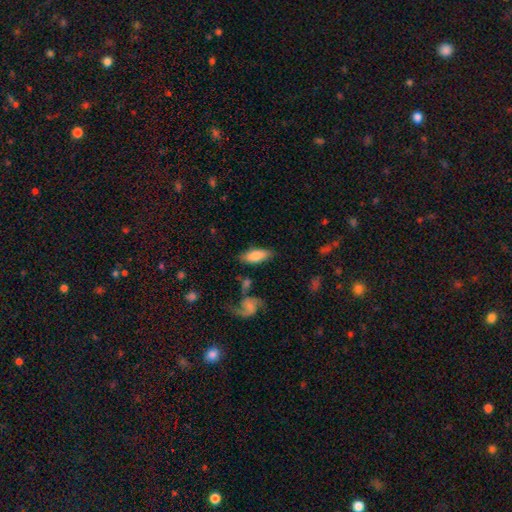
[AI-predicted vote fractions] Smooth or featured?
  - smooth: 77% *
  - featured or disk: 17%
  - star or artifact: 6%
How rounded?
  - in between: 80% *
  - cigar-shaped: 17%
  - round: 2%
Merging?
  - none: 74% *
  - minor disturbance: 16%
  - merger: 6%
  - major disturbance: 5%